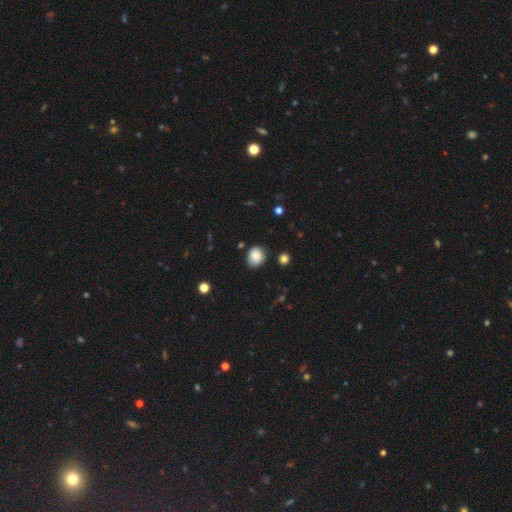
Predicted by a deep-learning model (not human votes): Overall: smooth (84%). How rounded: round (62%; in between 37%). Merging: none (77%).